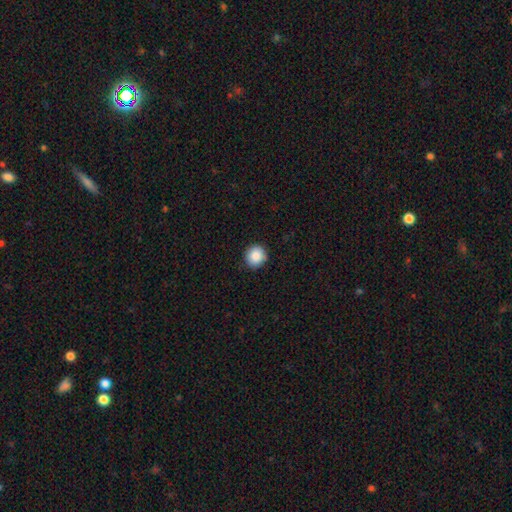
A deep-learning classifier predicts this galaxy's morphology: smooth-or-featured: smooth: 87% | star or artifact: 9% | featured or disk: 4%
  how-rounded: round: 92% | in between: 7% | cigar-shaped: 1%
  merging: none: 89% | minor disturbance: 8% | major disturbance: 2% | merger: 1%